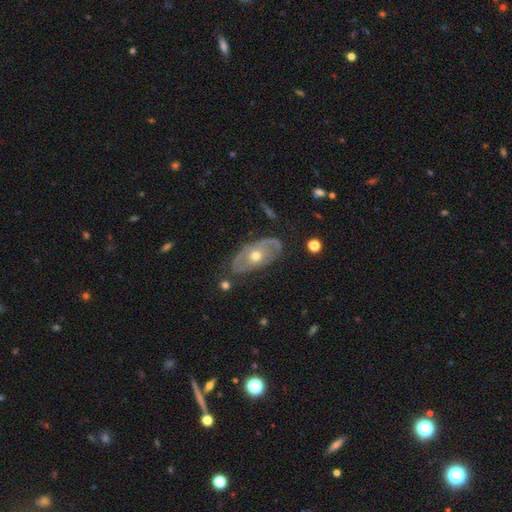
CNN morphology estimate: smooth_or_featured: featured or disk (p=0.71) [alt: smooth p=0.23]
disk_edge_on: no (p=0.87) [alt: yes p=0.13]
bar: no (p=0.85) [alt: weak p=0.12]
has_spiral_arms: yes (p=0.54) [alt: no p=0.46]
bulge_size: moderate (p=0.70) [alt: small p=0.25]
merging: none (p=0.68) [alt: minor disturbance p=0.21]